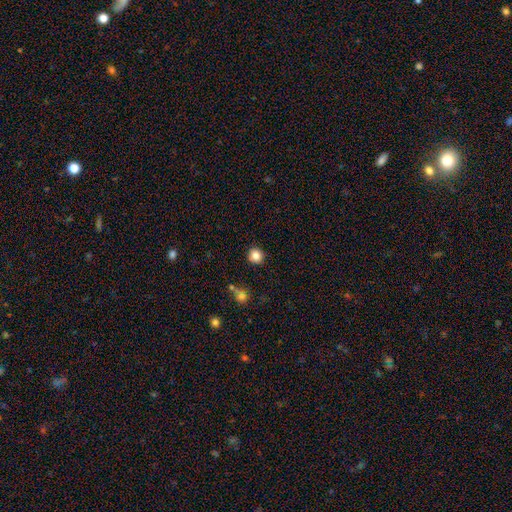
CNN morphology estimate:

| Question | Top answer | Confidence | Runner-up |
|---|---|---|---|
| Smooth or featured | smooth | 83% | star or artifact (11%) |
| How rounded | round | 93% | in between (6%) |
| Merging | none | 90% | minor disturbance (6%) |